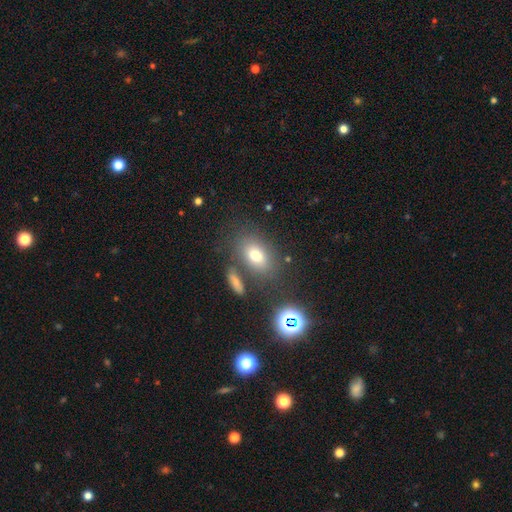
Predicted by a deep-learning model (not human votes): This appears to be a smooth galaxy with no disk features (73%) that is in between round and cigar-shaped (79%). Merging: none (71%).